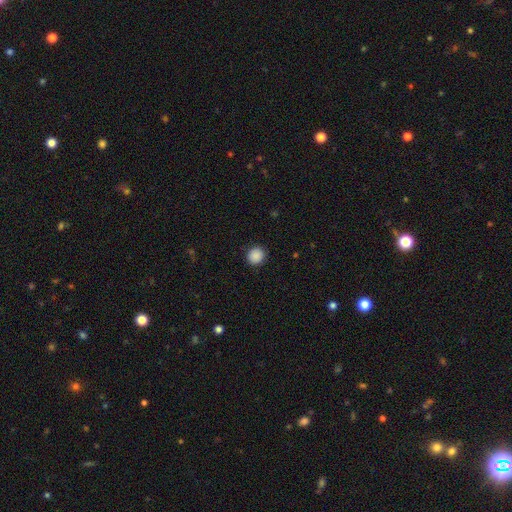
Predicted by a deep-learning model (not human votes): smooth 89%, star or artifact 9%, featured or disk 2%. Down the decision tree: how rounded — round (88%); merging — none (91%).